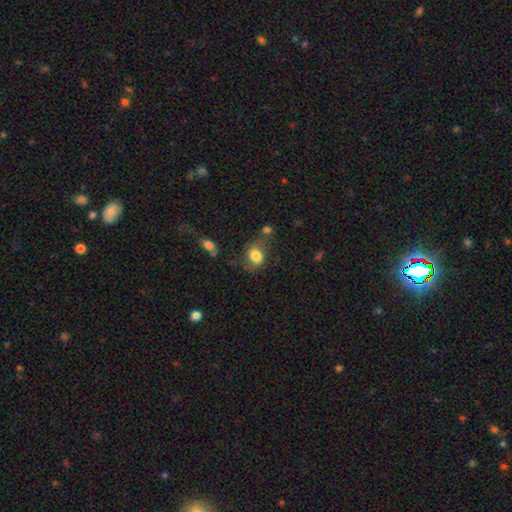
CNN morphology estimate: A smooth galaxy with no disk features (76%) that is in between round and cigar-shaped (52%).

Vote fractions:
- Smooth or featured? smooth: 76% / featured or disk: 15% / star or artifact: 8%
- How rounded? in between: 52% / round: 47% / cigar-shaped: 1%
- Merging? none: 52% / minor disturbance: 26% / major disturbance: 14% / merger: 9%